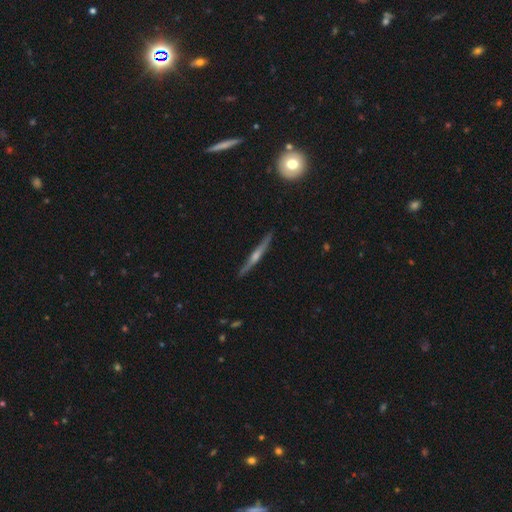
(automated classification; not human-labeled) Morphology: type=featured or disk (75%); edge-on=yes (98%); edge-on bulge=rounded (78%); merging=none (89%).